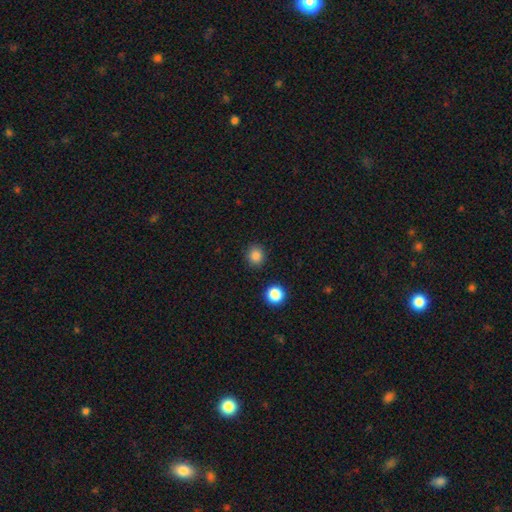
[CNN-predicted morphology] The model was most divided on "smooth or featured": smooth: 84%, star or artifact: 12%, featured or disk: 4%. More confident: merging — none (89%); how rounded — round (86%).